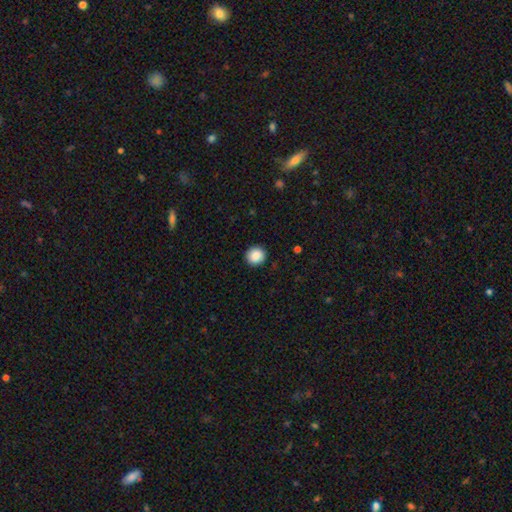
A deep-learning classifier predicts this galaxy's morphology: The model was most divided on "smooth or featured": smooth: 88%, star or artifact: 8%, featured or disk: 4%. More confident: merging — none (92%); how rounded — round (91%).